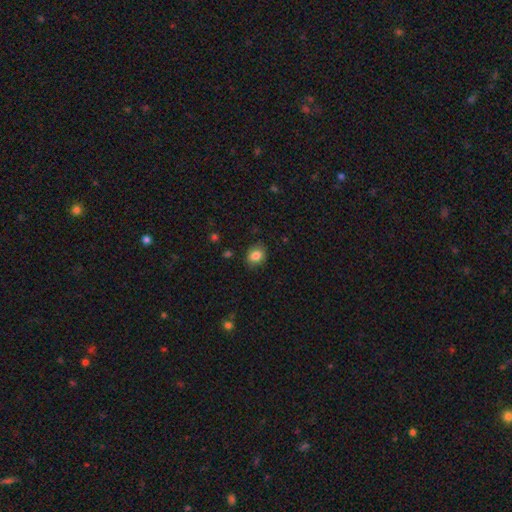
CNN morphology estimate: This is clearly a smooth galaxy (84%). How rounded: possibly in between (52%). Merging: clearly none (81%).